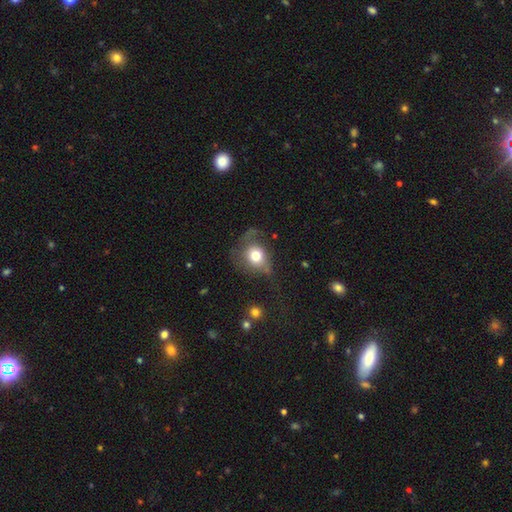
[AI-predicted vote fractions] A smooth galaxy with no disk features (69%) that is round (72%). Merging: none (38%).